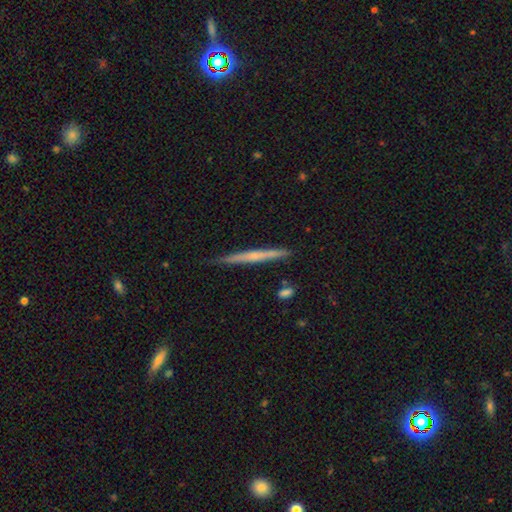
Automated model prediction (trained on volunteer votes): Morphology: type=featured or disk (58%); edge-on=yes (97%); edge-on bulge=none (55%); merging=none (85%).